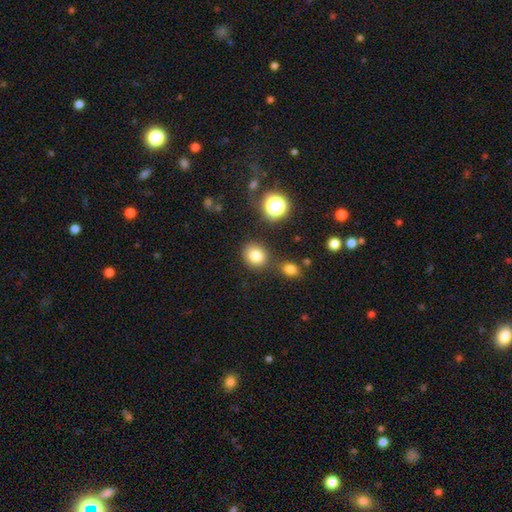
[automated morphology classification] Q: Smooth or featured?
A: smooth (80%); runner-up: star or artifact (13%)
Q: How rounded?
A: round (76%); runner-up: in between (23%)
Q: Merging?
A: none (78%); runner-up: minor disturbance (10%)